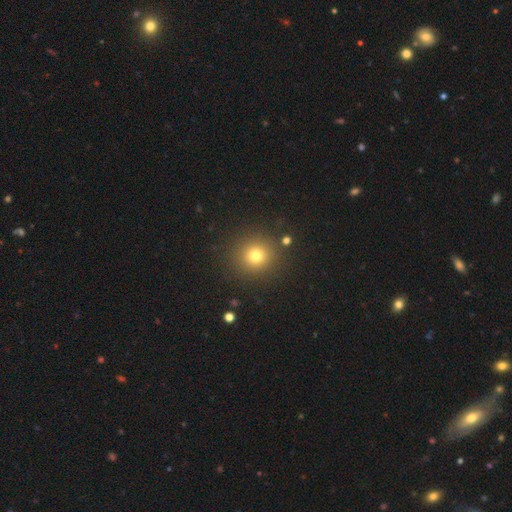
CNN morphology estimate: smooth_or_featured: smooth (p=0.75) [alt: star or artifact p=0.17]
how_rounded: round (p=0.93) [alt: in between p=0.06]
merging: none (p=0.88) [alt: minor disturbance p=0.06]